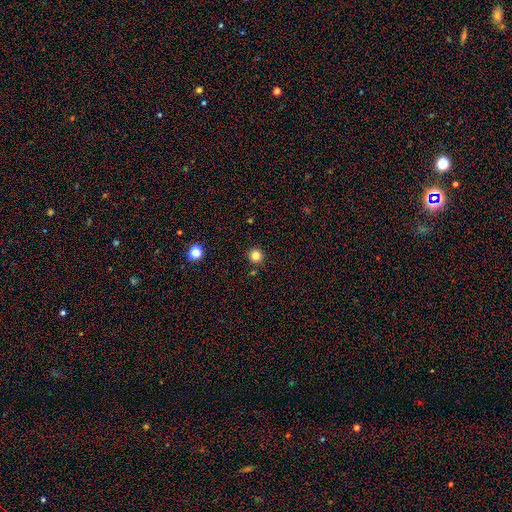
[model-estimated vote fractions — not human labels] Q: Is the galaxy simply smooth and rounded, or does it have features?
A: smooth — 82%.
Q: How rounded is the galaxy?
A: round — 95%.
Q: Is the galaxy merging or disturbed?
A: none — 90%.